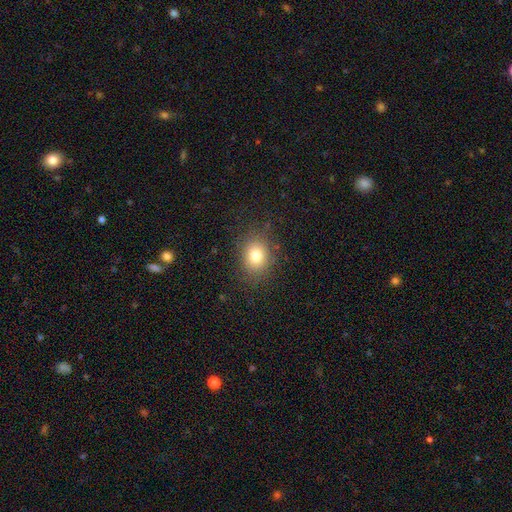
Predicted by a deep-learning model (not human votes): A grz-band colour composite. It shows a smooth galaxy with no disk features (79%) that is round (55%). Merging: none (84%).